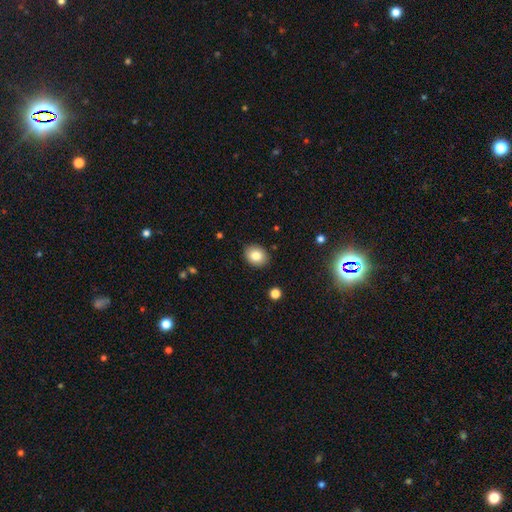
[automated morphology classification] The model was most divided on "how rounded": round: 52%, in between: 47%, cigar-shaped: 1%. More confident: merging — none (88%); smooth or featured — smooth (81%).